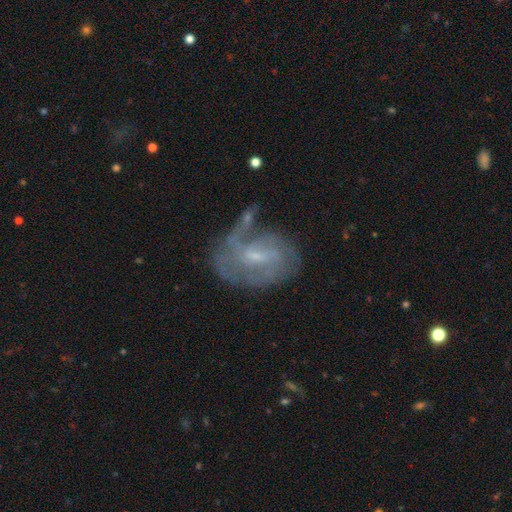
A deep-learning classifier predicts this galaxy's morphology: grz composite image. It shows a featured or disk galaxy (77%) with a weak bar (57%), tight (41%) spiral arms (85%) and a small central bulge (65%). Merging: none (48%).